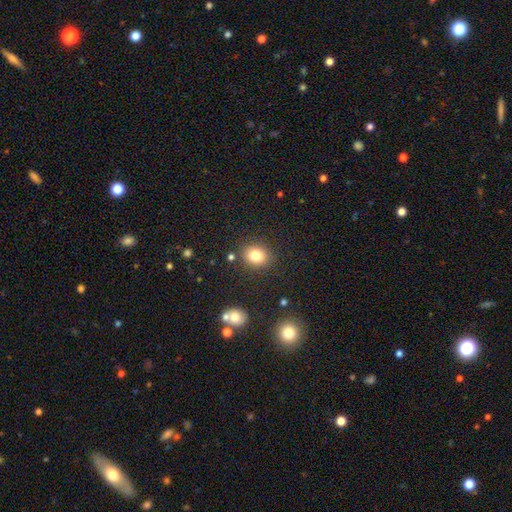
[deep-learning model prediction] smooth-or-featured: smooth: 81% | star or artifact: 11% | featured or disk: 8%
  how-rounded: round: 61% | in between: 38% | cigar-shaped: 1%
  merging: none: 84% | minor disturbance: 9% | merger: 4% | major disturbance: 3%